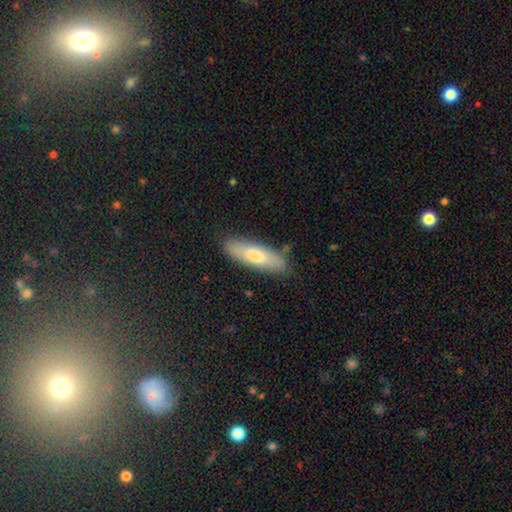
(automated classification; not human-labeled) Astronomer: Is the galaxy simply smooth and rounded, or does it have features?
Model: smooth — 69%.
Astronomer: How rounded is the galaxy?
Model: cigar-shaped — 53% (runner-up: in between, 45%).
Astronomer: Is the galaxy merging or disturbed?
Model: none — 82%.